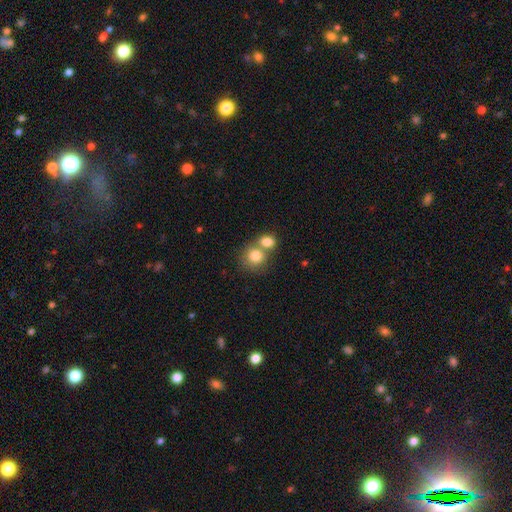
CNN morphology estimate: This appears to be a smooth galaxy with no disk features (81%) that is round (77%). Merging: merger (52%).